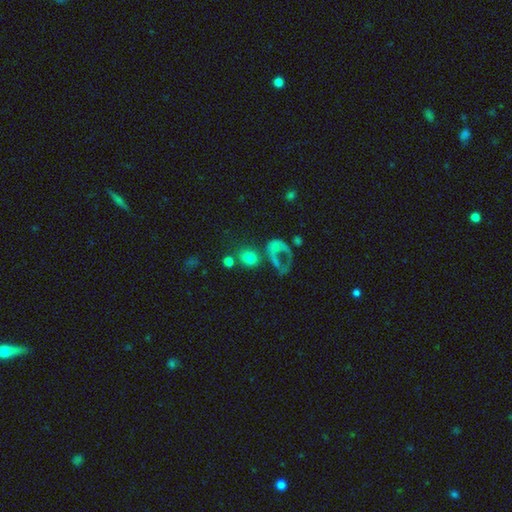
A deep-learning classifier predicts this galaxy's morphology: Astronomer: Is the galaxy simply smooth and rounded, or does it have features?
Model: star or artifact — 51% (runner-up: featured or disk, 26%).